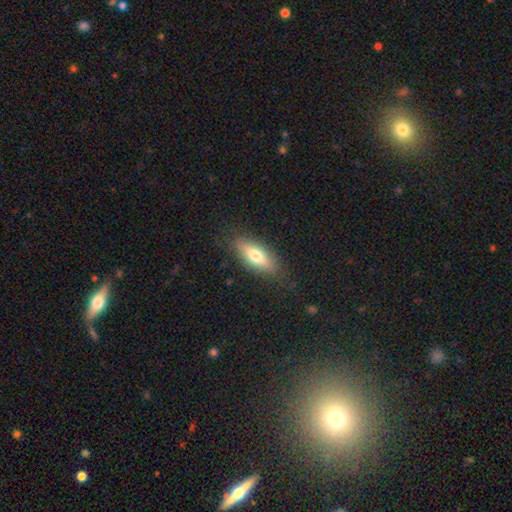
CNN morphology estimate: Smooth or featured?
  - smooth: 64% *
  - featured or disk: 29%
  - star or artifact: 7%
How rounded?
  - in between: 66% *
  - cigar-shaped: 30%
  - round: 3%
Merging?
  - none: 84% *
  - minor disturbance: 12%
  - major disturbance: 3%
  - merger: 1%